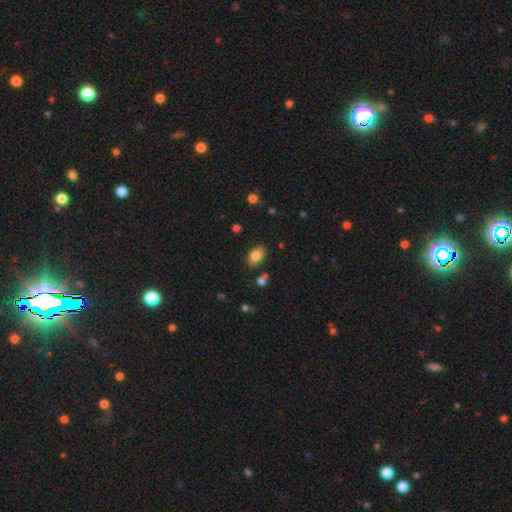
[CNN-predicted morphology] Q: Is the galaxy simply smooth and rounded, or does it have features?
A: smooth — 83%.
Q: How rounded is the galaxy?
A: in between — 88%.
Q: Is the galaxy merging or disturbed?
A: none — 82%.